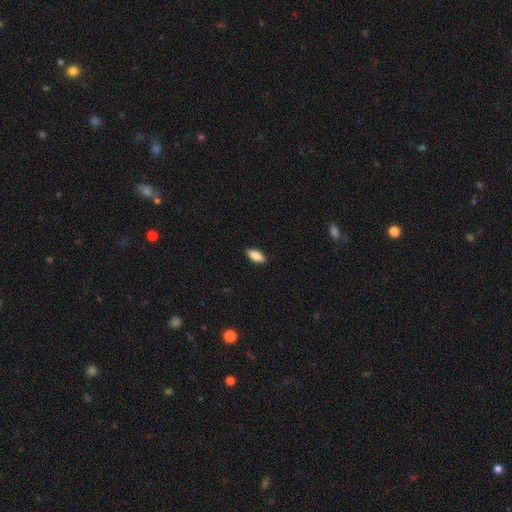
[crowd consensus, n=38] This is clearly a smooth galaxy (97%). How rounded: clearly in between (92%). Merging: clearly none (92%).